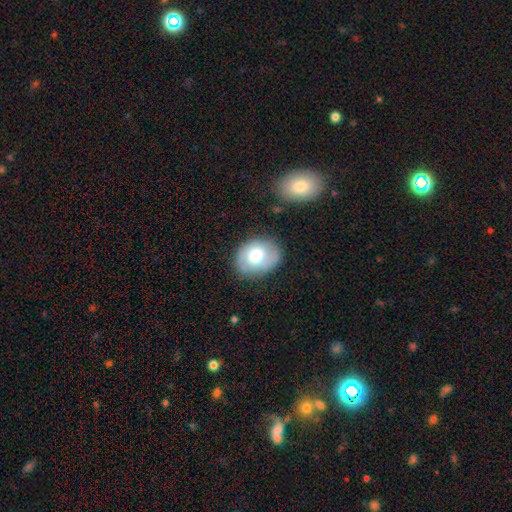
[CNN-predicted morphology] Q: Smooth or featured?
A: smooth (56%); runner-up: featured or disk (36%)
Q: How rounded?
A: in between (59%); runner-up: round (40%)
Q: Merging?
A: none (78%); runner-up: minor disturbance (16%)